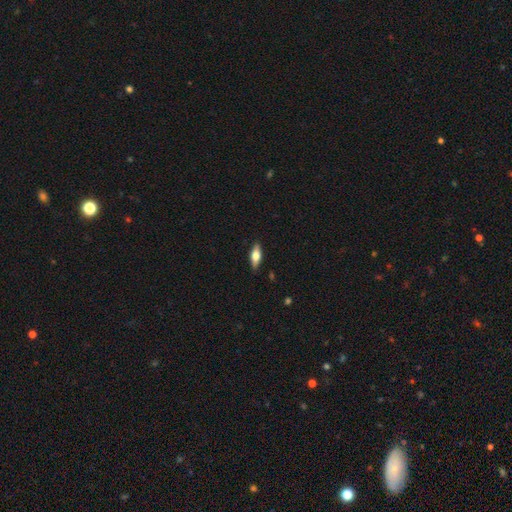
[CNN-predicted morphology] Q: Smooth or featured?
A: smooth (51%); runner-up: featured or disk (42%)
Q: How rounded?
A: in between (64%); runner-up: cigar-shaped (33%)
Q: Merging?
A: none (87%); runner-up: minor disturbance (10%)